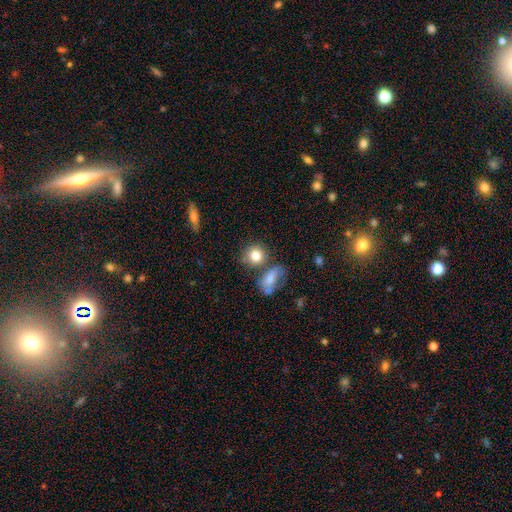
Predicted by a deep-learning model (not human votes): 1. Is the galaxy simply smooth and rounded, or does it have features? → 80% smooth, 11% featured or disk, 9% star or artifact.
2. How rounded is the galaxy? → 77% round, 21% in between, 2% cigar-shaped.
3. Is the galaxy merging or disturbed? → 59% none, 22% merger, 14% minor disturbance, 6% major disturbance.